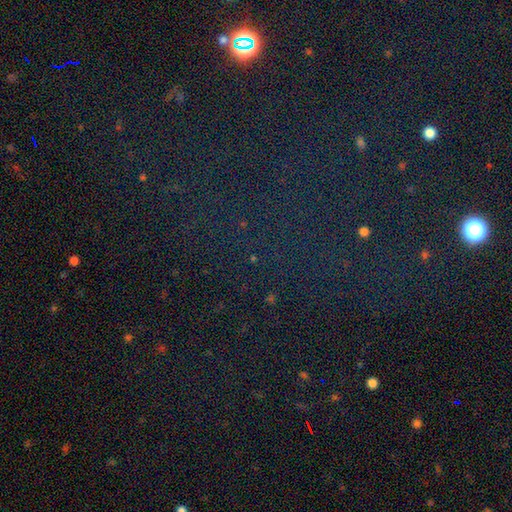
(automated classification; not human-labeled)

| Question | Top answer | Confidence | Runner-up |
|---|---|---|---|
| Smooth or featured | star or artifact | 78% | smooth (14%) |